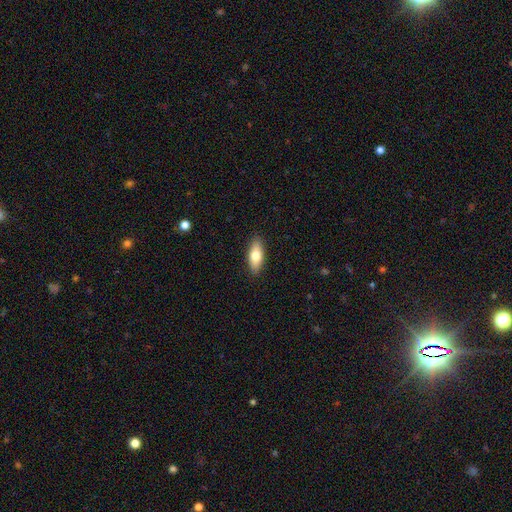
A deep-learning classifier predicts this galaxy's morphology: This appears to be a smooth galaxy with no disk features (72%) that is in between round and cigar-shaped (72%). Merging: none (89%).